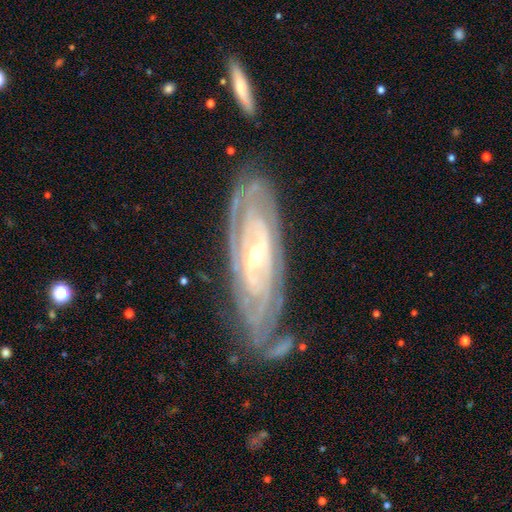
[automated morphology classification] Q: Smooth or featured?
A: featured or disk (88%); runner-up: smooth (6%)
Q: Edge-on disk?
A: no (88%); runner-up: yes (12%)
Q: Bar?
A: no (42%); runner-up: weak (36%)
Q: Spiral arms?
A: yes (95%); runner-up: no (5%)
Q: Spiral winding?
A: tight (79%); runner-up: medium (17%)
Q: Spiral arm count?
A: can't tell (39%); runner-up: 2 (20%)
Q: Bulge size?
A: small (66%); runner-up: moderate (31%)
Q: Merging?
A: none (73%); runner-up: minor disturbance (18%)